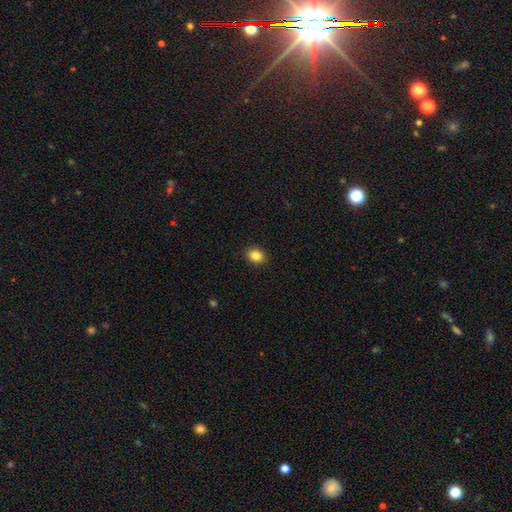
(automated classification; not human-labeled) This appears to be a smooth galaxy with no disk features (85%) that is in between round and cigar-shaped (60%). Merging: none (90%).